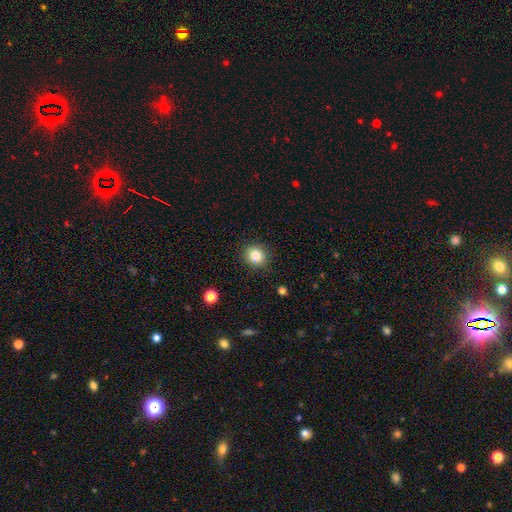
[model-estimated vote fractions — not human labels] smooth 84%, star or artifact 10%, featured or disk 6%. Down the decision tree: how rounded — round (81%); merging — none (90%).